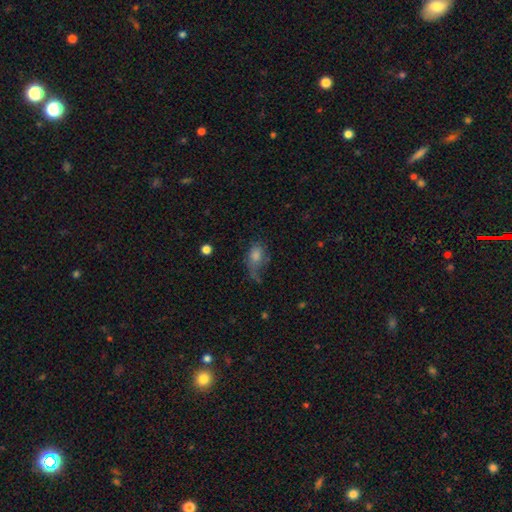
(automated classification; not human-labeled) smooth-or-featured: smooth: 60% | featured or disk: 25% | star or artifact: 15%
  how-rounded: in between: 74% | round: 21% | cigar-shaped: 5%
  merging: none: 37% | major disturbance: 32% | minor disturbance: 27% | merger: 4%